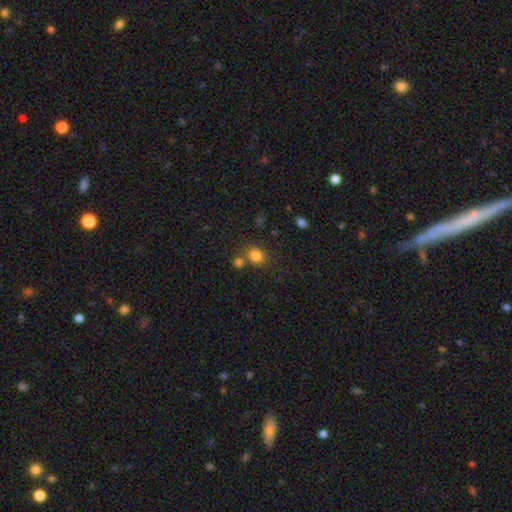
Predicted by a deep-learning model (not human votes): A smooth galaxy with no disk features (82%) that is round (65%).

Vote fractions:
- Smooth or featured? smooth: 82% / star or artifact: 12% / featured or disk: 6%
- How rounded? round: 65% / in between: 34% / cigar-shaped: 1%
- Merging? none: 65% / merger: 20% / minor disturbance: 11% / major disturbance: 4%